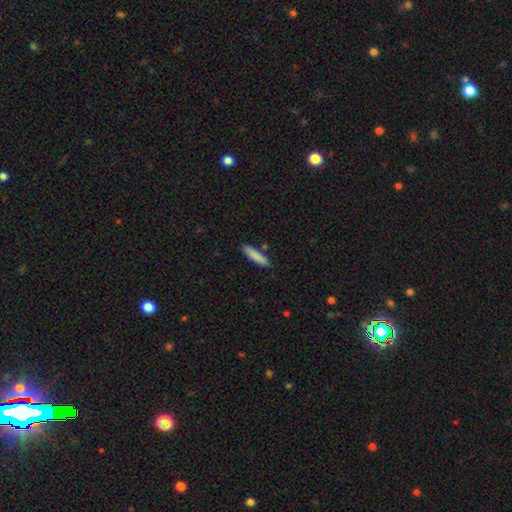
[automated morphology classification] This is clearly a smooth galaxy (84%). How rounded: clearly cigar-shaped (85%). Merging: clearly none (85%).